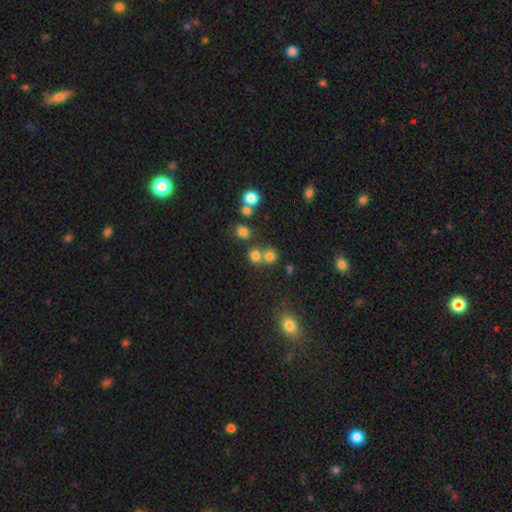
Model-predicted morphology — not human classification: type=smooth (72%); roundness=round (83%); merging=none (54%).